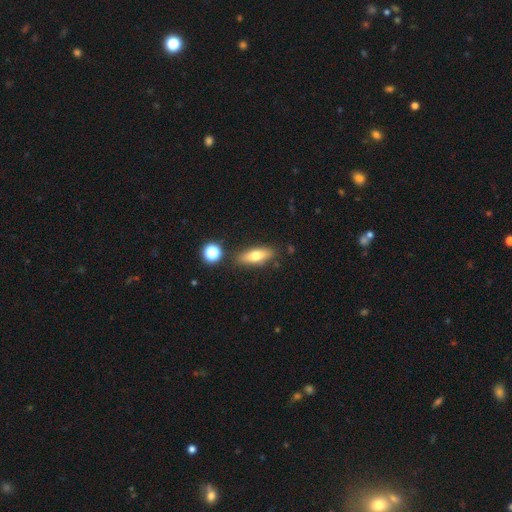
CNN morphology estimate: Smooth or featured? smooth (68%)
How rounded? in between (62%)
Merging? none (81%)